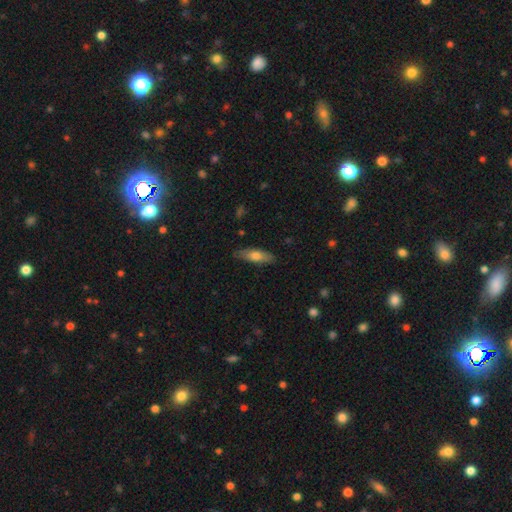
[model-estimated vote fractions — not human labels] Smooth or featured?
  - smooth: 68% *
  - featured or disk: 26%
  - star or artifact: 6%
How rounded?
  - in between: 50% *
  - cigar-shaped: 48%
  - round: 2%
Merging?
  - none: 83% *
  - minor disturbance: 13%
  - major disturbance: 2%
  - merger: 1%